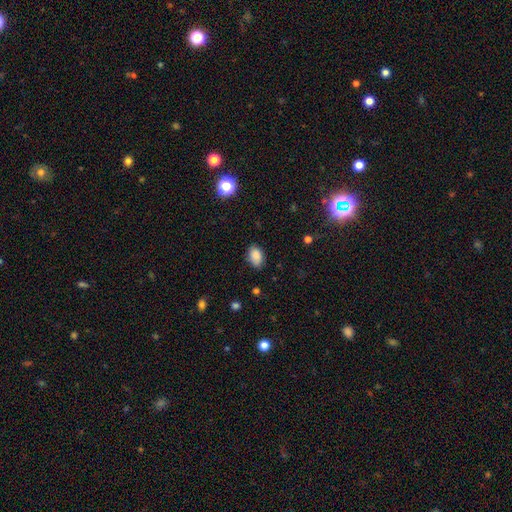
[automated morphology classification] Overall: smooth (86%). How rounded: in between (86%). Merging: none (79%).